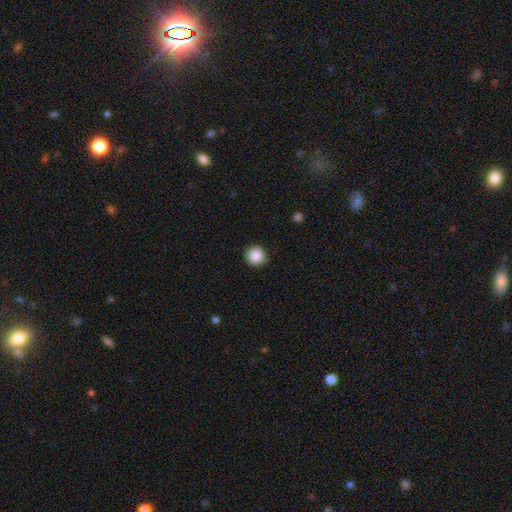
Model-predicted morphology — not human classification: smooth-or-featured: smooth: 87% | star or artifact: 9% | featured or disk: 4%
  how-rounded: round: 92% | in between: 7% | cigar-shaped: 1%
  merging: none: 91% | minor disturbance: 6% | major disturbance: 2% | merger: 1%